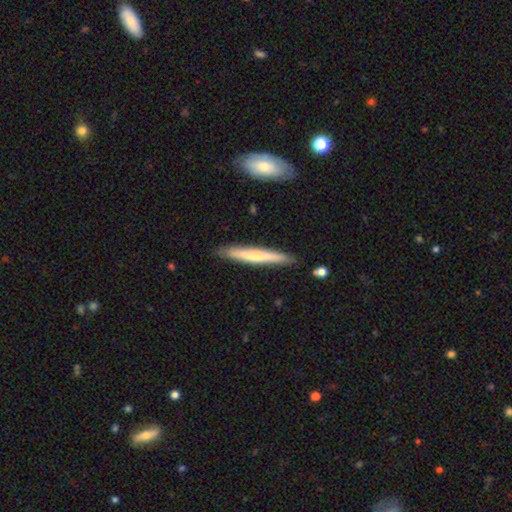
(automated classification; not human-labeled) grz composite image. It shows a smooth galaxy with no disk features (50%) that is cigar-shaped (94%). Merging: none (87%).